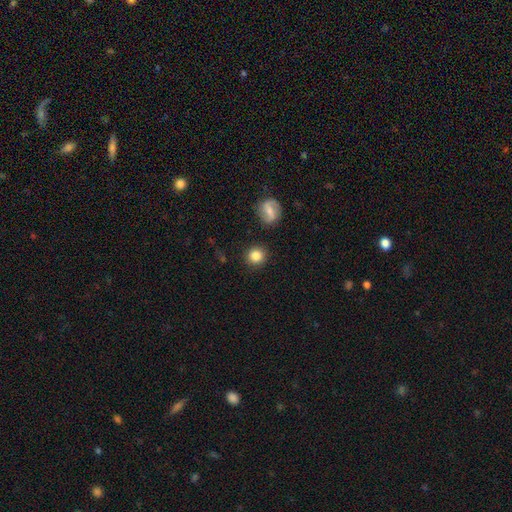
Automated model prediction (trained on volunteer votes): Morphology: type=smooth (83%); roundness=round (92%); merging=none (88%).